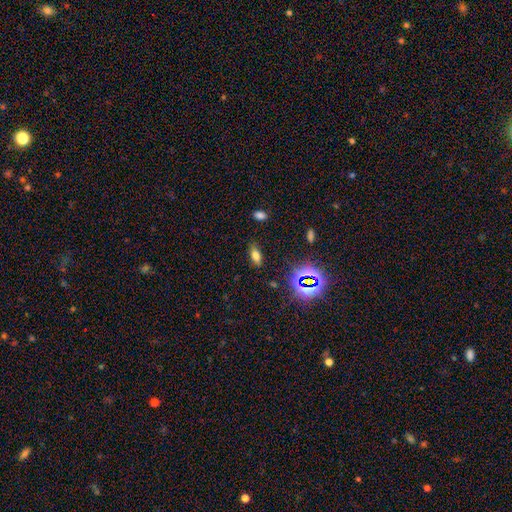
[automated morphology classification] A smooth galaxy with no disk features (67%) that is in between round and cigar-shaped (83%).

Vote fractions:
- Smooth or featured? smooth: 67% / star or artifact: 23% / featured or disk: 10%
- How rounded? in between: 83% / cigar-shaped: 11% / round: 6%
- Merging? none: 83% / minor disturbance: 11% / major disturbance: 4% / merger: 2%